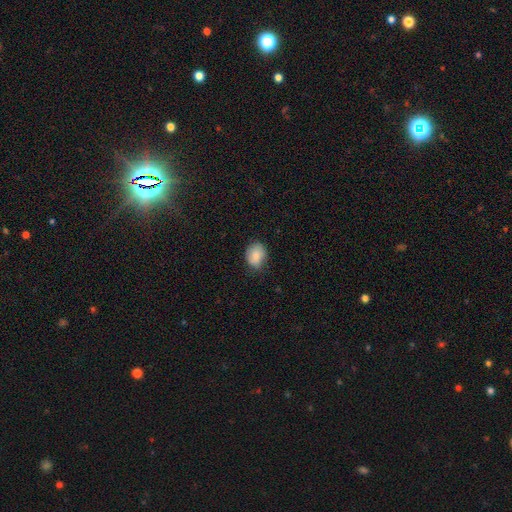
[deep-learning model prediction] A smooth galaxy with no disk features (85%) that is in between round and cigar-shaped (54%). Merging: none (72%).